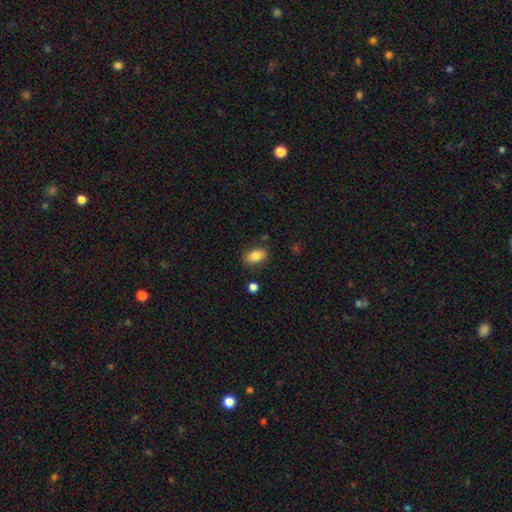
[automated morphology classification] This is clearly a smooth galaxy (84%). How rounded: clearly in between (88%). Merging: clearly none (83%).